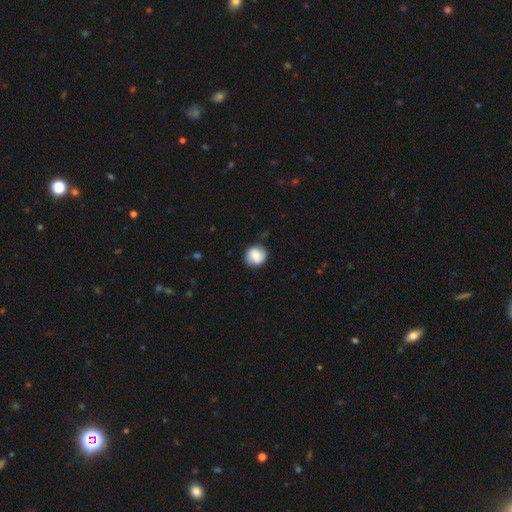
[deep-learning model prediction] This appears to be a smooth galaxy with no disk features (67%) that is round (89%). Merging: none (81%).